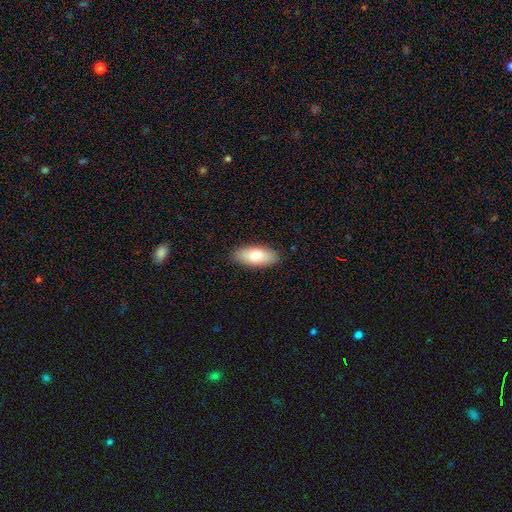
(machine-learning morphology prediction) Overall: smooth (76%). How rounded: in between (86%). Merging: none (89%).